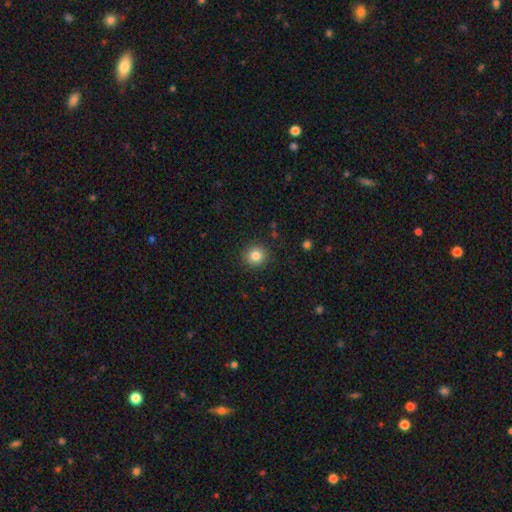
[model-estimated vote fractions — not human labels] smooth_or_featured: smooth (p=0.83) [alt: star or artifact p=0.11]
how_rounded: round (p=0.92) [alt: in between p=0.07]
merging: none (p=0.90) [alt: minor disturbance p=0.06]